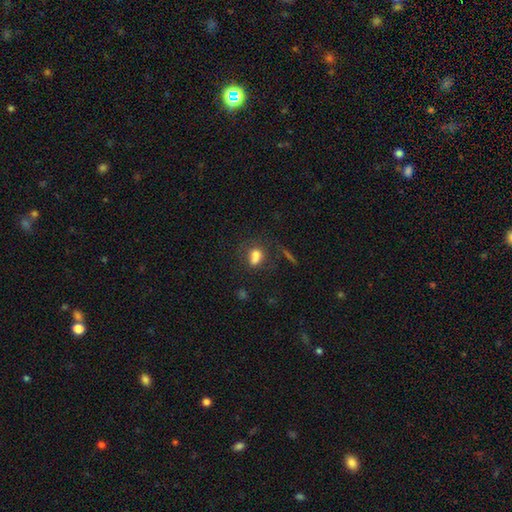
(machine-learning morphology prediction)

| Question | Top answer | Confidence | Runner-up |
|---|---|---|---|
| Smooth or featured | smooth | 68% | featured or disk (17%) |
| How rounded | round | 50% | in between (48%) |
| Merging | merger | 39% | none (37%) |